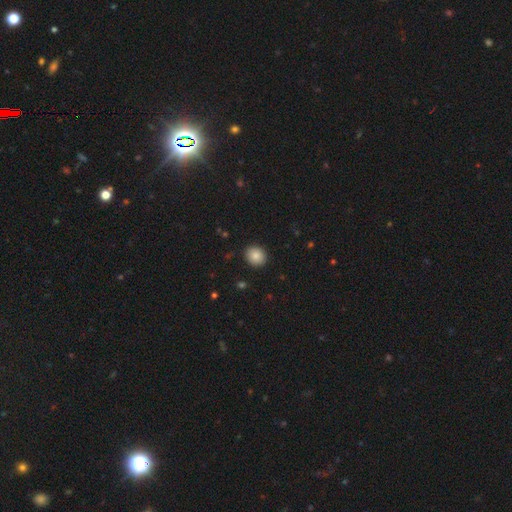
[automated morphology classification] Q: Smooth or featured?
A: smooth (86%); runner-up: star or artifact (9%)
Q: How rounded?
A: round (74%); runner-up: in between (25%)
Q: Merging?
A: none (90%); runner-up: minor disturbance (7%)